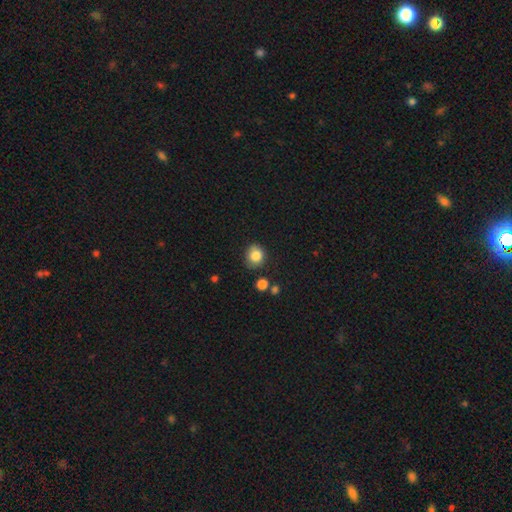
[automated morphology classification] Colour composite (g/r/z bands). It shows a smooth galaxy with no disk features (84%) that is round (76%). Merging: none (75%).